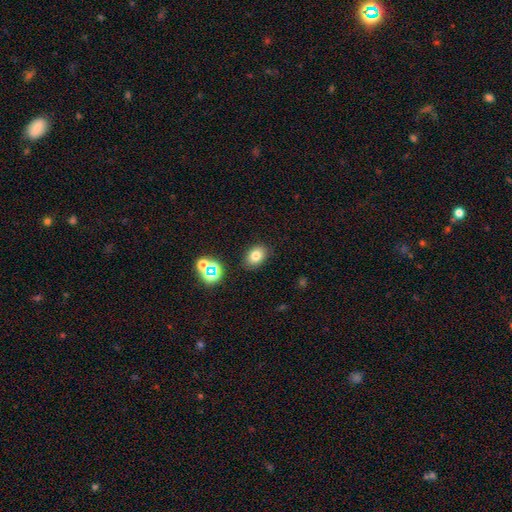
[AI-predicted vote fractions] Smooth or featured?
  - smooth: 75% *
  - star or artifact: 15%
  - featured or disk: 10%
How rounded?
  - in between: 74% *
  - round: 25%
  - cigar-shaped: 1%
Merging?
  - none: 84% *
  - minor disturbance: 10%
  - merger: 3%
  - major disturbance: 3%